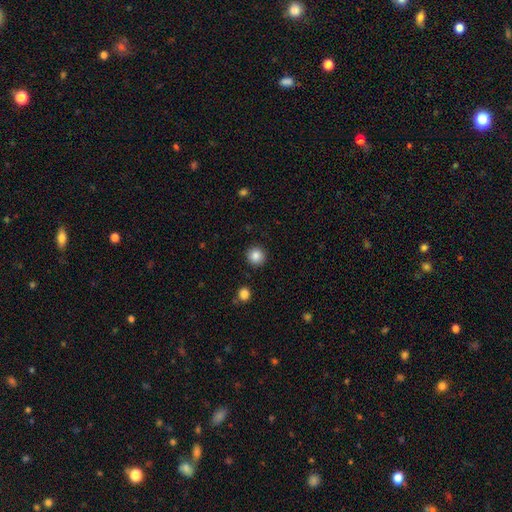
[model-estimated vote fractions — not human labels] Smooth or featured? Predicted: smooth (p=0.86). How rounded? Predicted: round (p=0.94). Merging? Predicted: none (p=0.92).